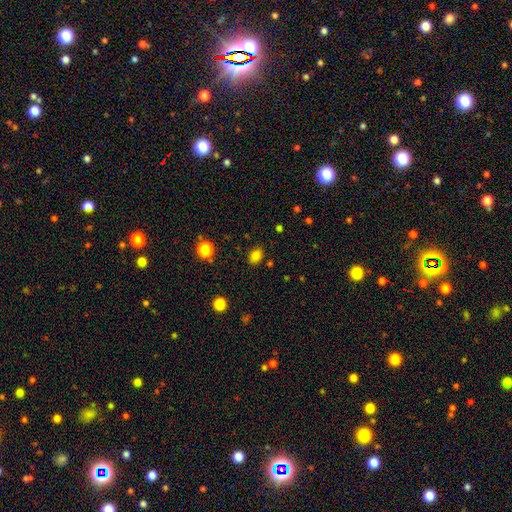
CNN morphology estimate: smooth 82%, star or artifact 13%, featured or disk 5%. Down the decision tree: how rounded — in between (67%); merging — none (85%).